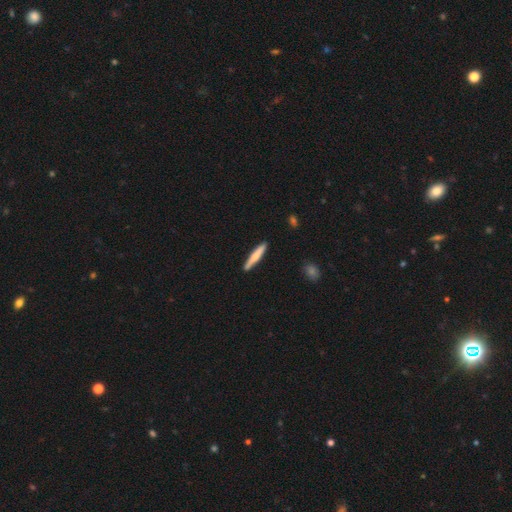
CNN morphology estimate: The model was most divided on "smooth or featured": smooth: 61%, featured or disk: 34%, star or artifact: 5%. More confident: how rounded — cigar-shaped (93%); merging — none (89%).